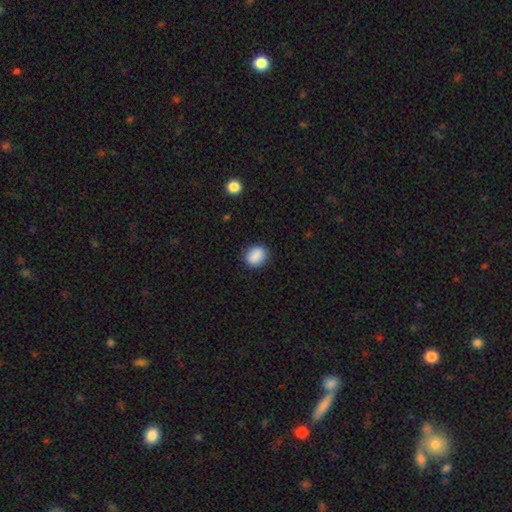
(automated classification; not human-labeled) A smooth galaxy with no disk features (88%) that is round (59%).

Vote fractions:
- Smooth or featured? smooth: 88% / star or artifact: 8% / featured or disk: 4%
- How rounded? round: 59% / in between: 40% / cigar-shaped: 1%
- Merging? none: 87% / minor disturbance: 10% / major disturbance: 3% / merger: 1%